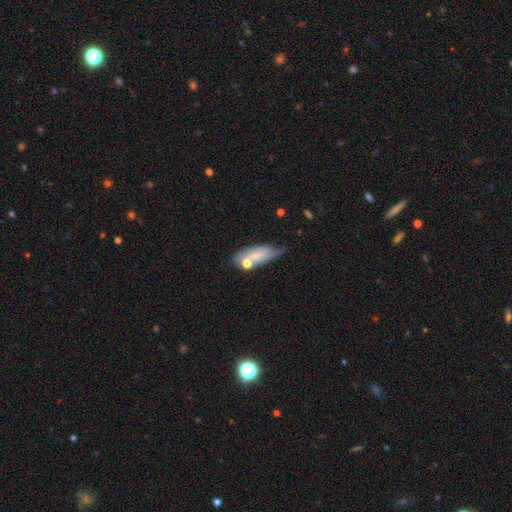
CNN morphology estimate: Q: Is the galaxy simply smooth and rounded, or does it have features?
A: smooth — 62%.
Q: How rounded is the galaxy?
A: in between — 77%.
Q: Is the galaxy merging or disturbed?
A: none — 37%.